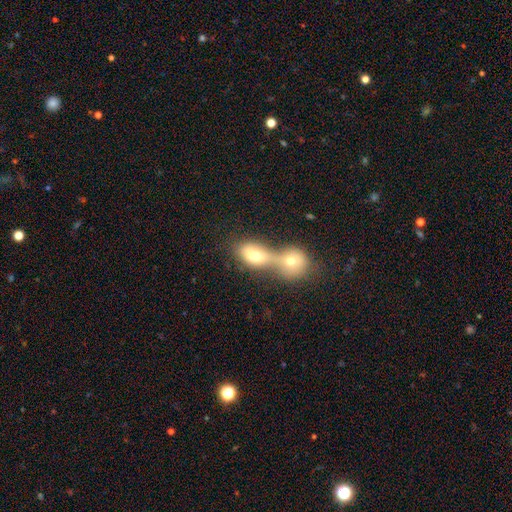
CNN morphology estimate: Smooth or featured: smooth — 70% (featured or disk — 20%)
How rounded: in between — 59% (round — 38%)
Merging: merger — 75% (none — 15%)